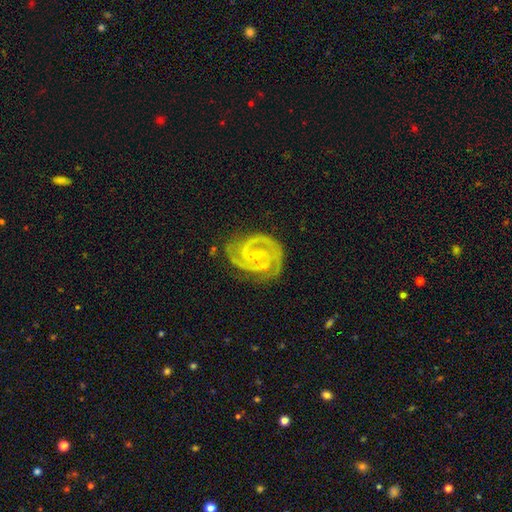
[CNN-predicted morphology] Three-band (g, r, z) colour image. It shows a featured or disk galaxy (93%) with a weak bar (41%), 2 (69%) tight (68%) spiral arms (99%) and a small central bulge (69%). Merging: none (76%).